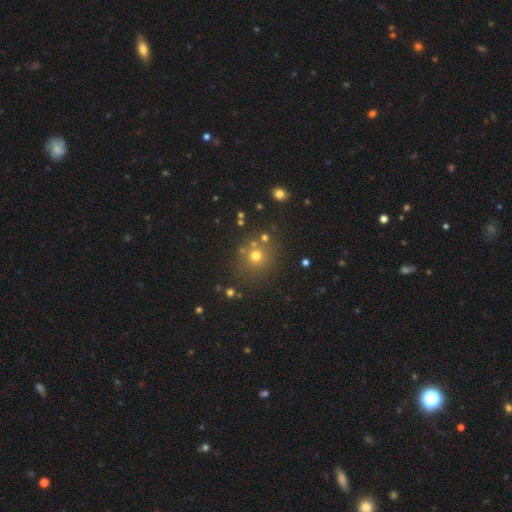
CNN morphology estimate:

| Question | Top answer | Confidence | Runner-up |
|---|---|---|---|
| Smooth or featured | smooth | 66% | star or artifact (23%) |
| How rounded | round | 89% | in between (11%) |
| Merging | none | 77% | merger (10%) |